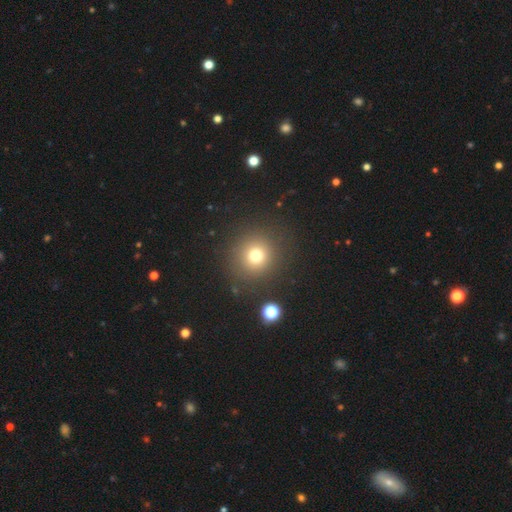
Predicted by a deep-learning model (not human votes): The model was most divided on "smooth or featured": smooth: 74%, star or artifact: 17%, featured or disk: 9%. More confident: how rounded — round (92%); merging — none (87%).